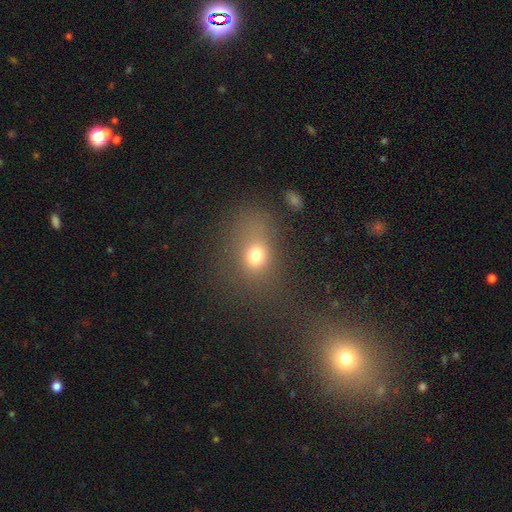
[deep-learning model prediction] Smooth or featured?
  - smooth: 71% *
  - star or artifact: 18%
  - featured or disk: 11%
How rounded?
  - in between: 52% *
  - round: 46%
  - cigar-shaped: 2%
Merging?
  - none: 66% *
  - minor disturbance: 15%
  - major disturbance: 13%
  - merger: 5%